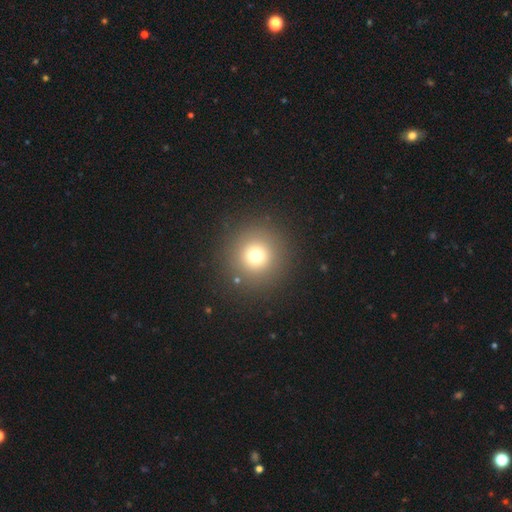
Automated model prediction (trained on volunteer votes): A smooth galaxy with no disk features (72%) that is round (96%). Merging: none (89%).